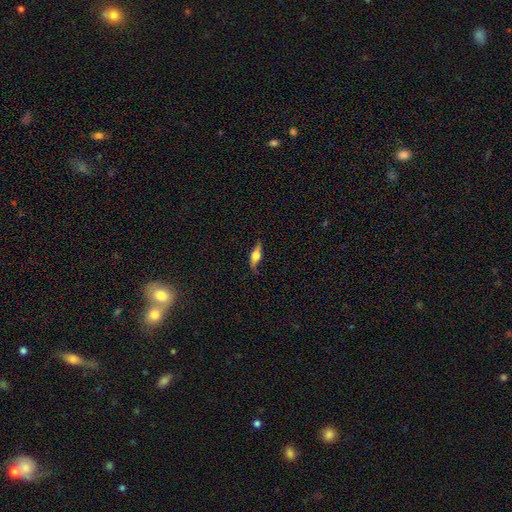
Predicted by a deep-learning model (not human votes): Morphology: type=featured or disk (58%); edge-on=yes (88%); edge-on bulge=rounded (91%); merging=none (75%).